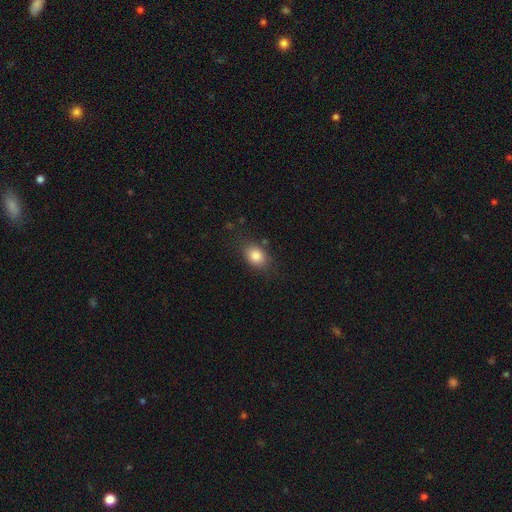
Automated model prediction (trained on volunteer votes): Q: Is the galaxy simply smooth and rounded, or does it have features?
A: smooth — 84%.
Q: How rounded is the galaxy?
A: in between — 70%.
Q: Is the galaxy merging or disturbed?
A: none — 77%.